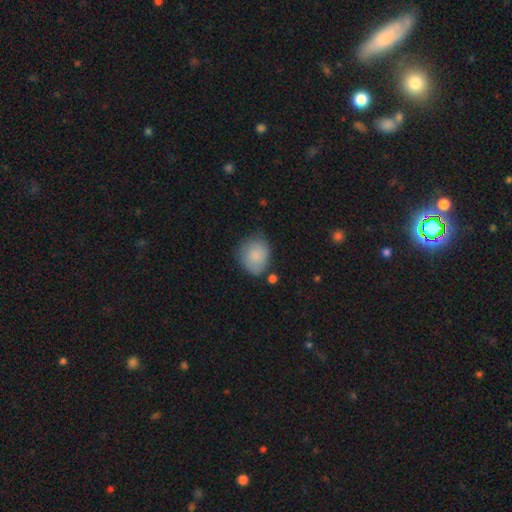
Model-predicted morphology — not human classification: This is clearly a smooth galaxy (82%). How rounded: likely round (64%). Merging: likely none (62%).